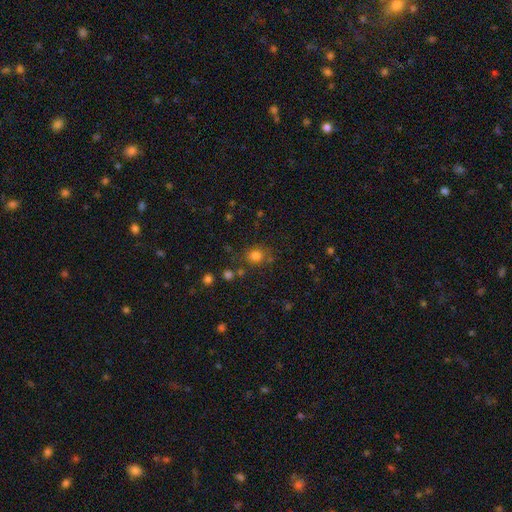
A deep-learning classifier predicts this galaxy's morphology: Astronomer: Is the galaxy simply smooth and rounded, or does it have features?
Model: smooth — 78%.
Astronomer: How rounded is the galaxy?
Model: round — 81%.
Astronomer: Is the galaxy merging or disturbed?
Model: none — 76%.